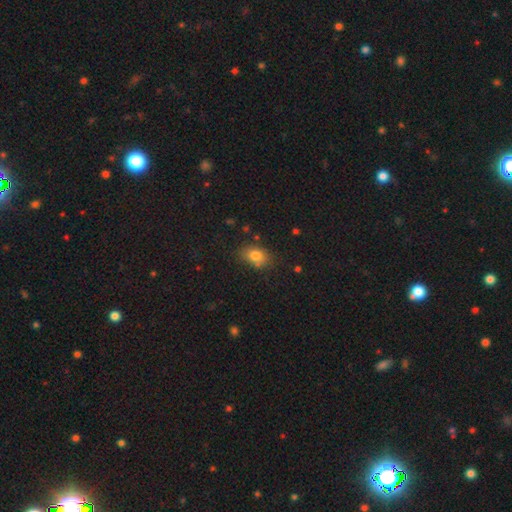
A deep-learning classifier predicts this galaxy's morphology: type=smooth (81%); roundness=in between (73%); merging=none (76%).